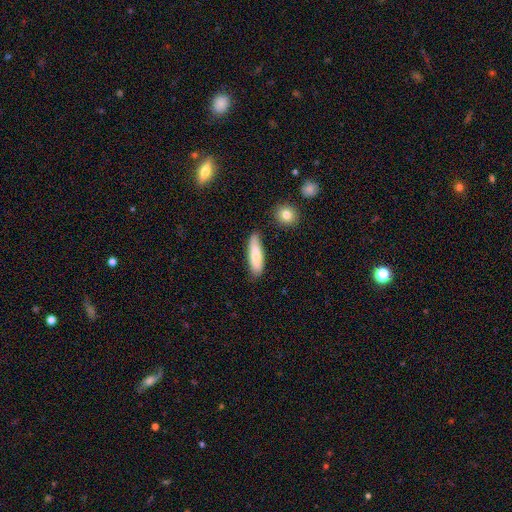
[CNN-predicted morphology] type=smooth (76%); roundness=cigar-shaped (58%); merging=none (77%).